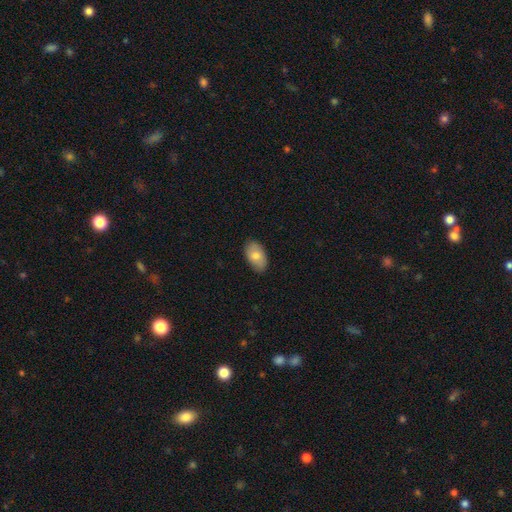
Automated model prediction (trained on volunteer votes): Q: Smooth or featured?
A: smooth (75%); runner-up: featured or disk (19%)
Q: How rounded?
A: in between (93%); runner-up: round (6%)
Q: Merging?
A: none (83%); runner-up: minor disturbance (13%)